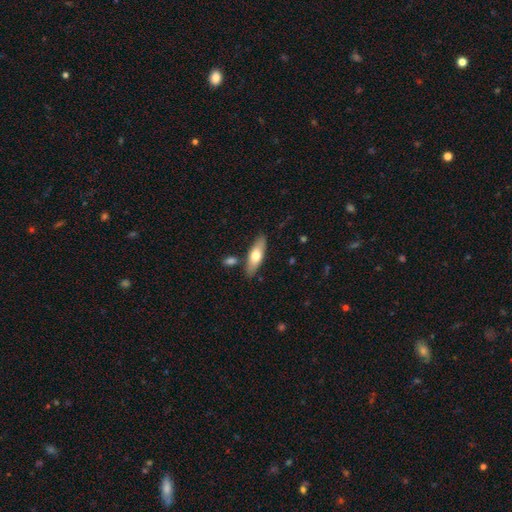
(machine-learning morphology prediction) smooth-or-featured: smooth: 65% | featured or disk: 30% | star or artifact: 5%
  how-rounded: in between: 53% | cigar-shaped: 45% | round: 2%
  merging: none: 83% | minor disturbance: 10% | merger: 5% | major disturbance: 2%